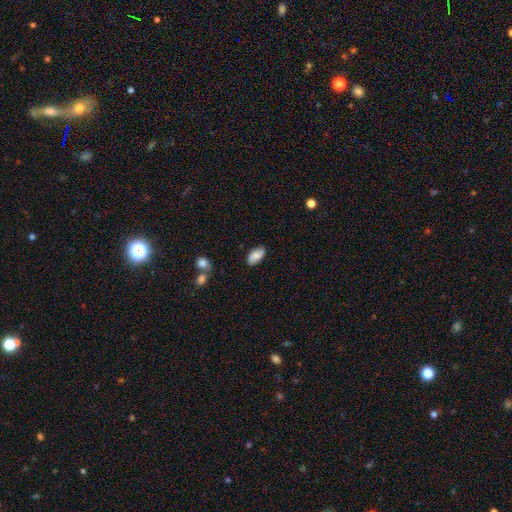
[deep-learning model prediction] This appears to be a smooth galaxy with no disk features (76%) that is in between round and cigar-shaped (94%). Merging: none (77%).